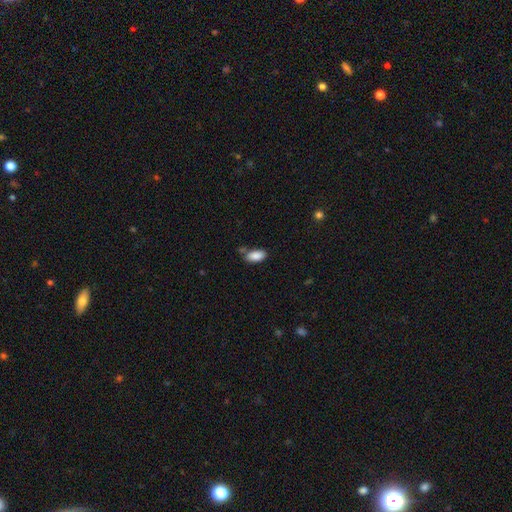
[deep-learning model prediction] A smooth galaxy with no disk features (88%) that is in between round and cigar-shaped (91%). Merging: none (67%).